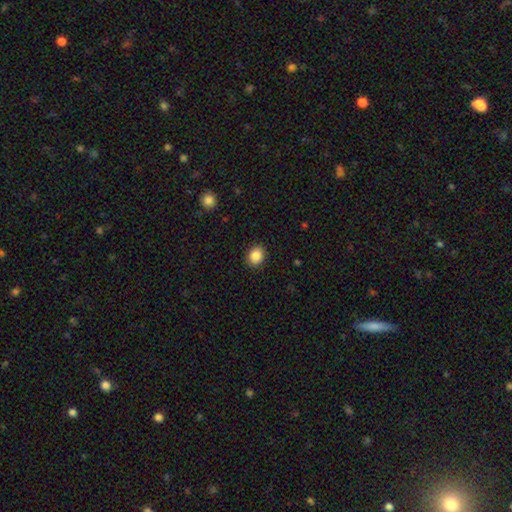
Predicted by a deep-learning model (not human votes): Smooth or featured? smooth (87%)
How rounded? round (54%)
Merging? none (90%)